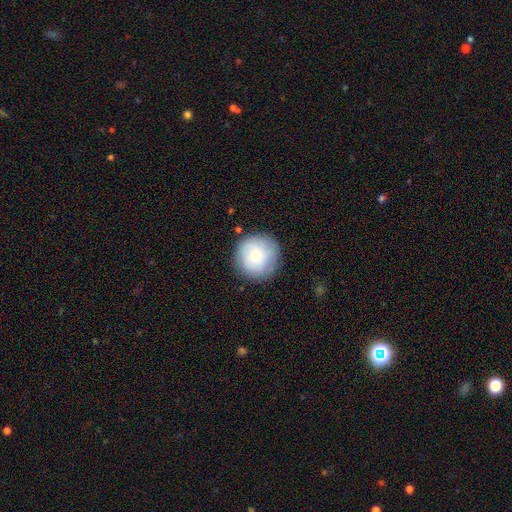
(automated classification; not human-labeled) Smooth or featured?
  - smooth: 73% *
  - featured or disk: 19%
  - star or artifact: 8%
How rounded?
  - round: 94% *
  - in between: 5%
  - cigar-shaped: 1%
Merging?
  - none: 83% *
  - minor disturbance: 12%
  - major disturbance: 4%
  - merger: 2%